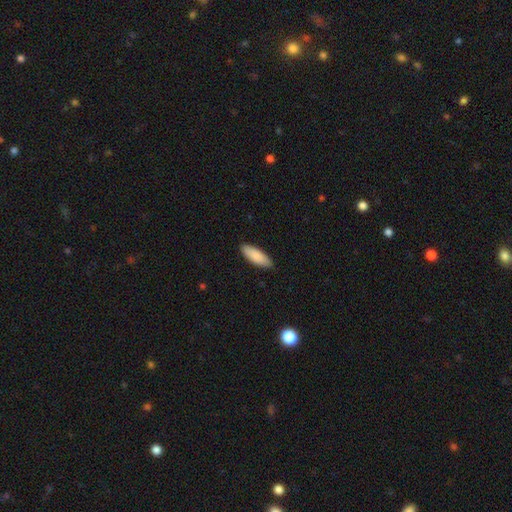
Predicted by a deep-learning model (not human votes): smooth_or_featured: smooth (p=0.87) [alt: featured or disk p=0.08]
how_rounded: in between (p=0.65) [alt: cigar-shaped p=0.34]
merging: none (p=0.88) [alt: minor disturbance p=0.09]